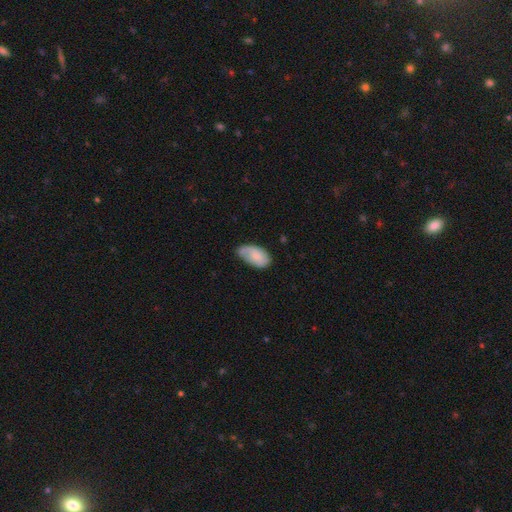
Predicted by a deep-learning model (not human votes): A smooth galaxy with no disk features (71%) that is in between round and cigar-shaped (95%).

Vote fractions:
- Smooth or featured? smooth: 71% / featured or disk: 23% / star or artifact: 6%
- How rounded? in between: 95% / round: 3% / cigar-shaped: 2%
- Merging? none: 55% / minor disturbance: 34% / major disturbance: 9% / merger: 2%